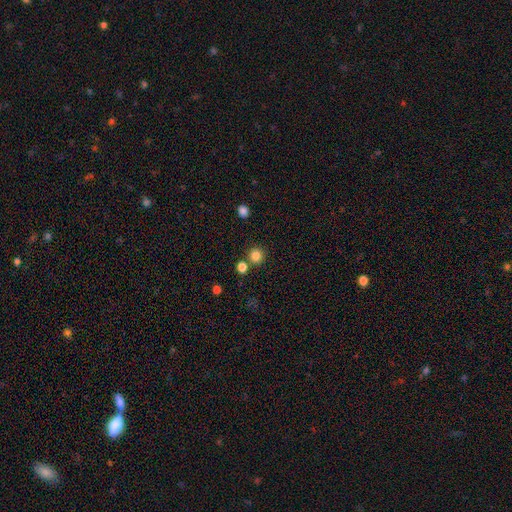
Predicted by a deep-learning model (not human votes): Smooth or featured? smooth (83%)
How rounded? round (90%)
Merging? none (77%)